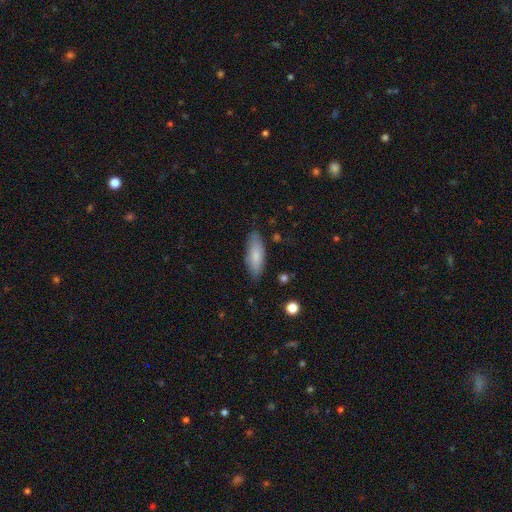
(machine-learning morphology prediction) Smooth or featured: smooth — 78% (featured or disk — 16%)
How rounded: in between — 63% (cigar-shaped — 35%)
Merging: none — 81% (minor disturbance — 14%)